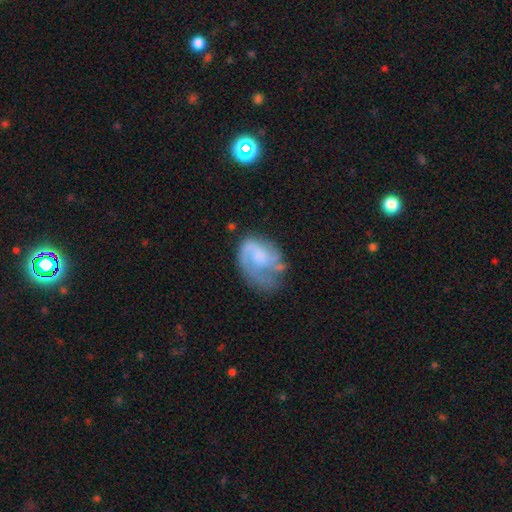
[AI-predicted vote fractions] This is likely a featured or disk galaxy (63%). It is clearly not viewed edge-on (97%). Bar: likely no (67%). Spiral arm pattern: clearly yes (80%). Central bulge: marginally none (37%). Merging: marginally none (43%).